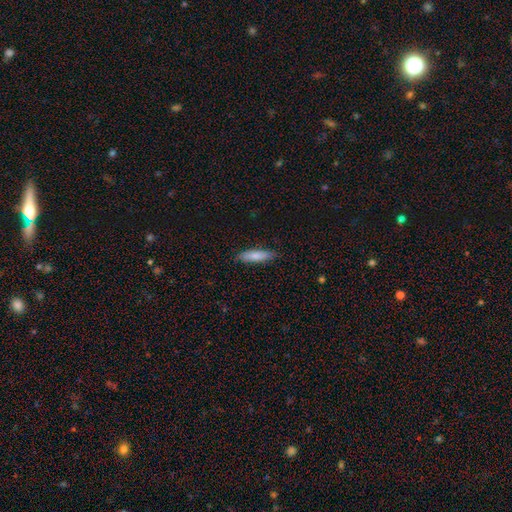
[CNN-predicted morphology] smooth-or-featured: smooth: 81% | featured or disk: 14% | star or artifact: 6%
  how-rounded: cigar-shaped: 65% | in between: 33% | round: 2%
  merging: none: 85% | minor disturbance: 11% | major disturbance: 2% | merger: 1%